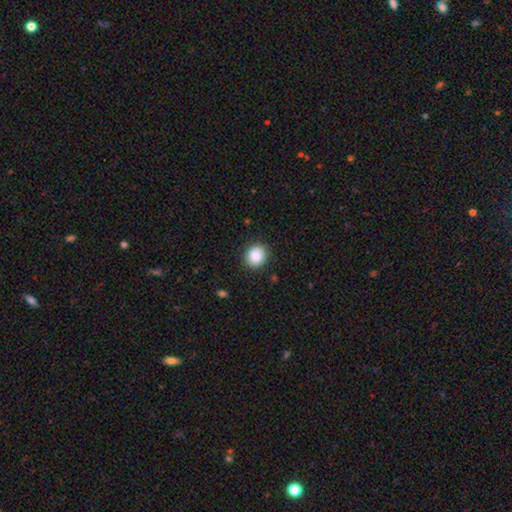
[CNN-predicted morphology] A smooth galaxy with no disk features (88%) that is round (75%).

Vote fractions:
- Smooth or featured? smooth: 88% / star or artifact: 8% / featured or disk: 4%
- How rounded? round: 75% / in between: 24% / cigar-shaped: 1%
- Merging? none: 88% / minor disturbance: 9% / major disturbance: 2% / merger: 1%